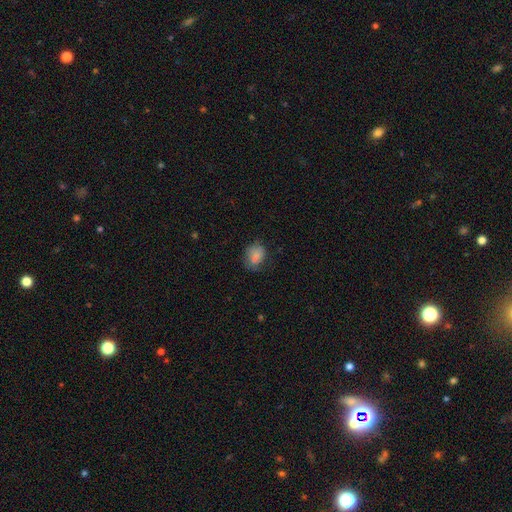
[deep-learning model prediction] smooth 79%, featured or disk 11%, star or artifact 9%. Down the decision tree: how rounded — in between (65%); merging — none (59%).